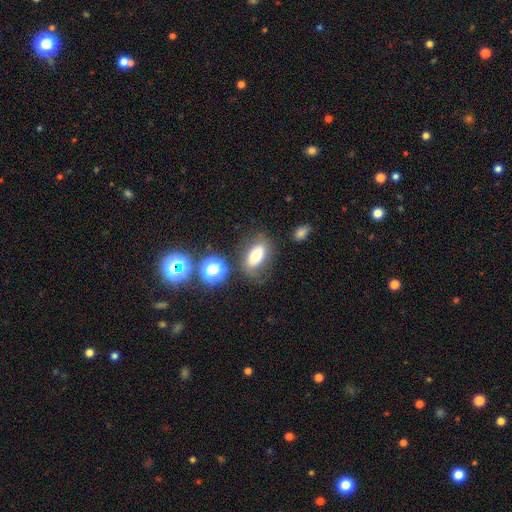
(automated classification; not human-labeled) The model was most divided on "smooth or featured": smooth: 66%, featured or disk: 21%, star or artifact: 12%. More confident: how rounded — in between (84%); merging — none (70%).